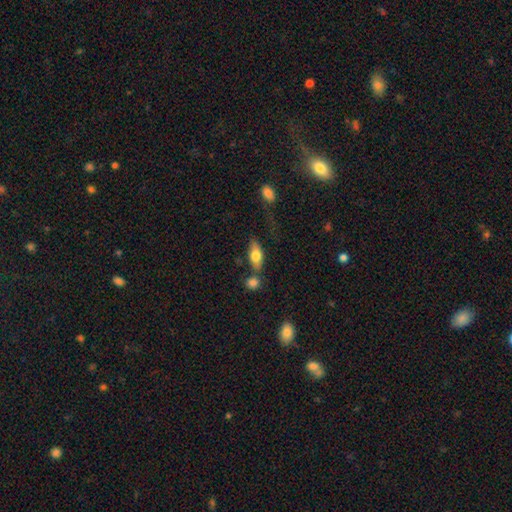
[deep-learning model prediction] This appears to be a smooth galaxy with no disk features (71%) that is in between round and cigar-shaped (79%). Merging: none (61%).